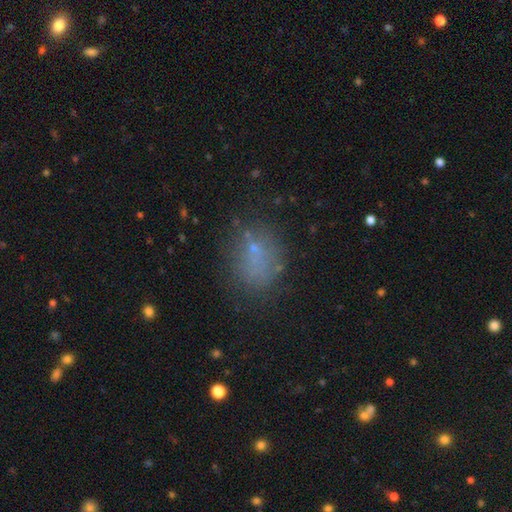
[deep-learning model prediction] Smooth or featured? Predicted: smooth (p=0.61). How rounded? Predicted: in between (p=0.56). Merging? Predicted: none (p=0.63).